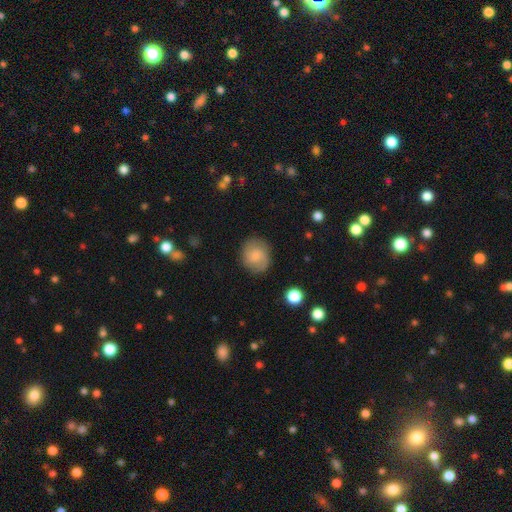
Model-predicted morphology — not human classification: smooth-or-featured: smooth: 54% | featured or disk: 37% | star or artifact: 9%
  how-rounded: round: 73% | in between: 26% | cigar-shaped: 1%
  merging: none: 80% | minor disturbance: 14% | major disturbance: 5% | merger: 1%